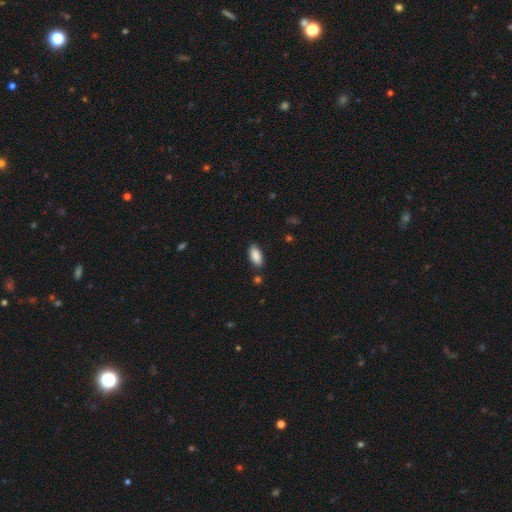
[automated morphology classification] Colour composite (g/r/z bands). It shows a smooth galaxy with no disk features (89%) that is in between round and cigar-shaped (90%). Merging: none (85%).